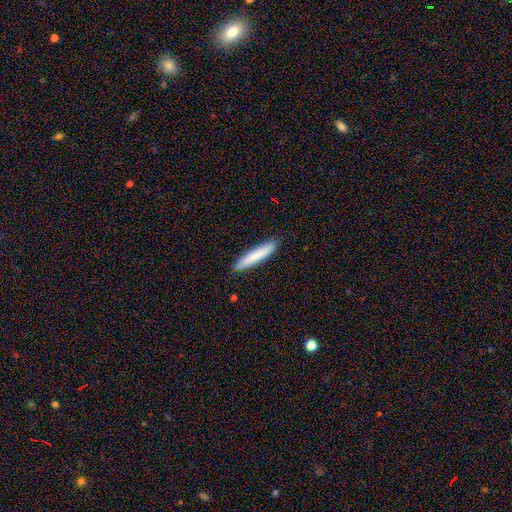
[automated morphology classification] smooth_or_featured: smooth (p=0.80) [alt: featured or disk p=0.15]
how_rounded: cigar-shaped (p=0.92) [alt: in between p=0.07]
merging: none (p=0.88) [alt: minor disturbance p=0.09]